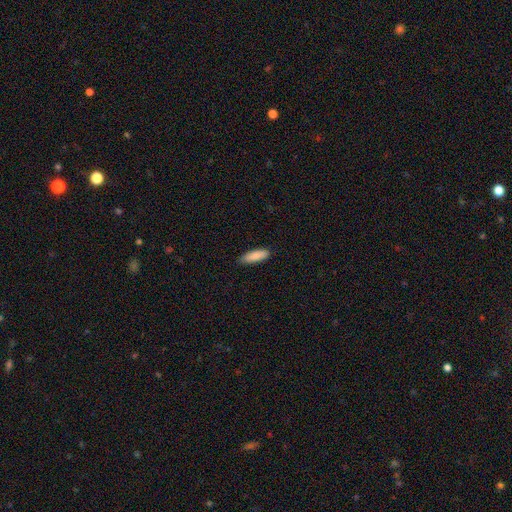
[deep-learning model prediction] Smooth or featured: smooth — 88% (featured or disk — 6%)
How rounded: in between — 51% (cigar-shaped — 48%)
Merging: none — 85% (minor disturbance — 12%)